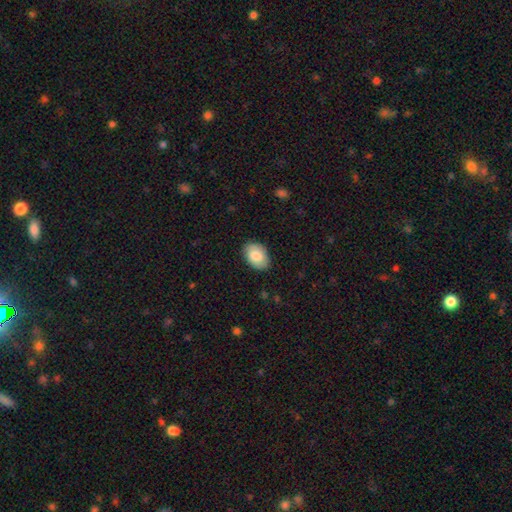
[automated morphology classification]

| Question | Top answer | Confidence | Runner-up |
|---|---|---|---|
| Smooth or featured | smooth | 75% | featured or disk (19%) |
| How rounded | in between | 87% | round (12%) |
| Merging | none | 84% | minor disturbance (12%) |